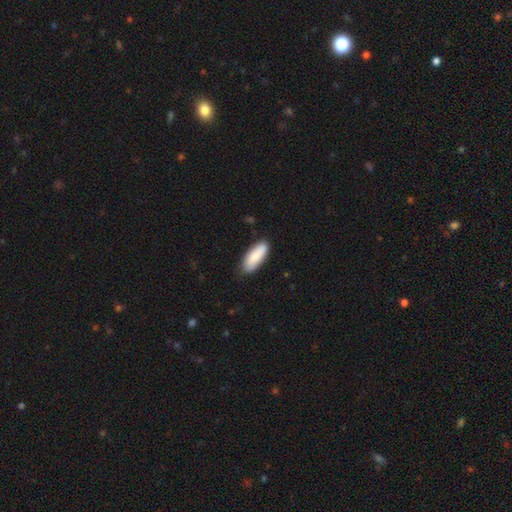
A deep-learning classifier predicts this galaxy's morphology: Smooth or featured?
  - smooth: 86% *
  - featured or disk: 9%
  - star or artifact: 5%
How rounded?
  - in between: 70% *
  - cigar-shaped: 28%
  - round: 2%
Merging?
  - none: 83% *
  - minor disturbance: 14%
  - major disturbance: 2%
  - merger: 1%